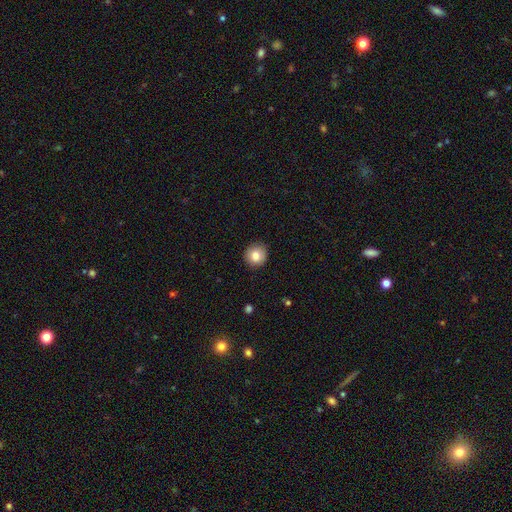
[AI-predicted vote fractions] Smooth or featured?
  - smooth: 82% *
  - star or artifact: 9%
  - featured or disk: 9%
How rounded?
  - round: 91% *
  - in between: 8%
  - cigar-shaped: 1%
Merging?
  - none: 89% *
  - minor disturbance: 8%
  - major disturbance: 2%
  - merger: 1%